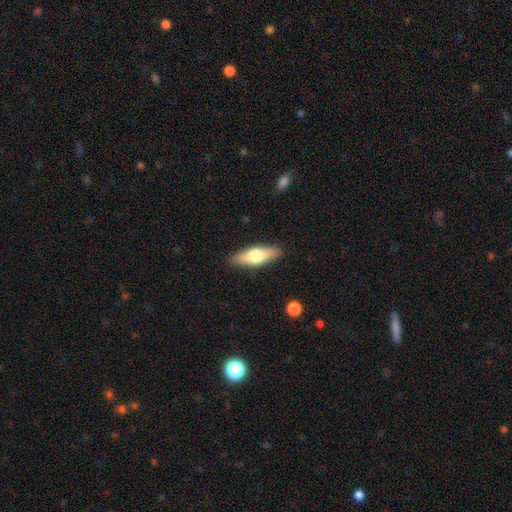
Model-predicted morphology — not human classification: Smooth or featured? Predicted: smooth (p=0.61). How rounded? Predicted: in between (p=0.54). Merging? Predicted: none (p=0.88).